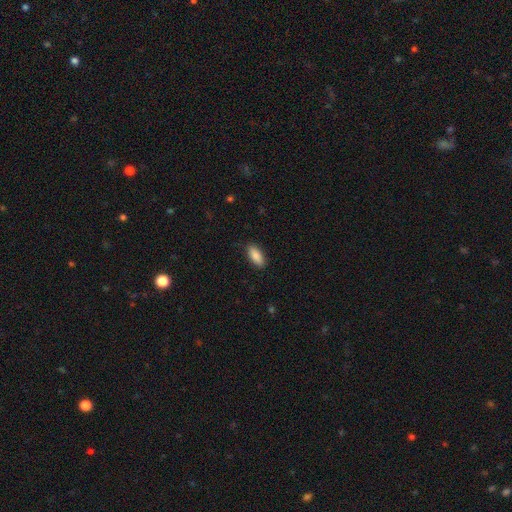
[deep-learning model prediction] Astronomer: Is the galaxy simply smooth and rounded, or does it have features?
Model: smooth — 87%.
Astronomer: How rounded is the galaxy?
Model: in between — 84%.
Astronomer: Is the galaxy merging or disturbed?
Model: none — 86%.